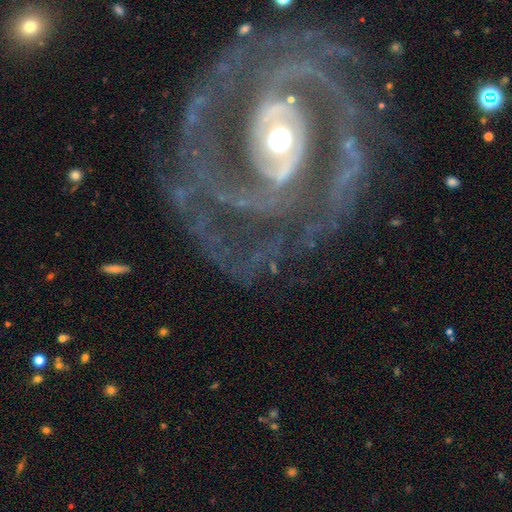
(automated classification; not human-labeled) Smooth or featured? featured or disk (91%)
Edge-on disk? no (97%)
Bar? no (43%)
Spiral arms? yes (95%)
Spiral winding? tight (56%)
Spiral arm count? 2 (45%)
Bulge size? moderate (64%)
Merging? none (71%)